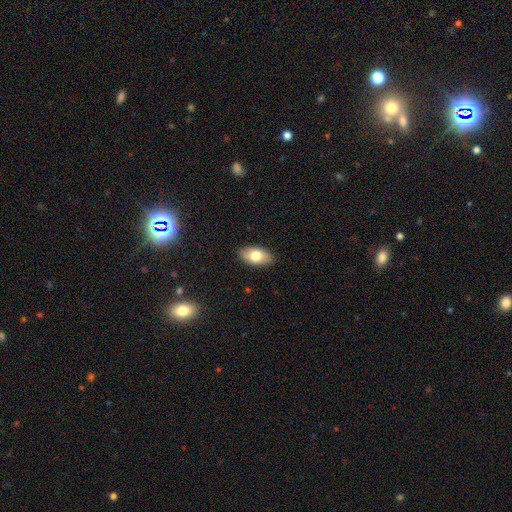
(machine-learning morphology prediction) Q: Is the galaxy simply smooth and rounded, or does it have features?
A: smooth — 77%.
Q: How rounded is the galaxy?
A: in between — 94%.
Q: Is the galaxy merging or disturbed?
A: none — 88%.